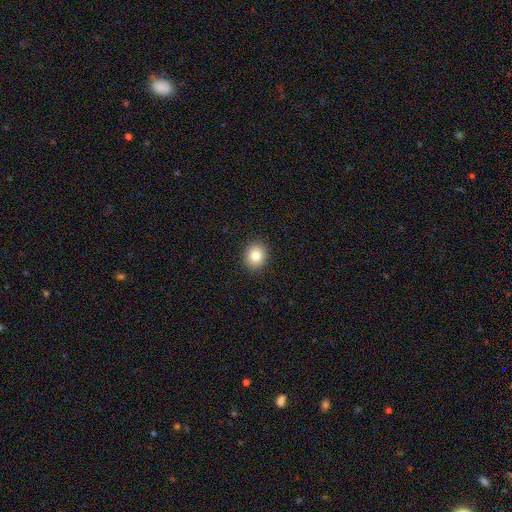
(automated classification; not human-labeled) smooth 83%, star or artifact 10%, featured or disk 8%. Down the decision tree: how rounded — round (79%); merging — none (91%).